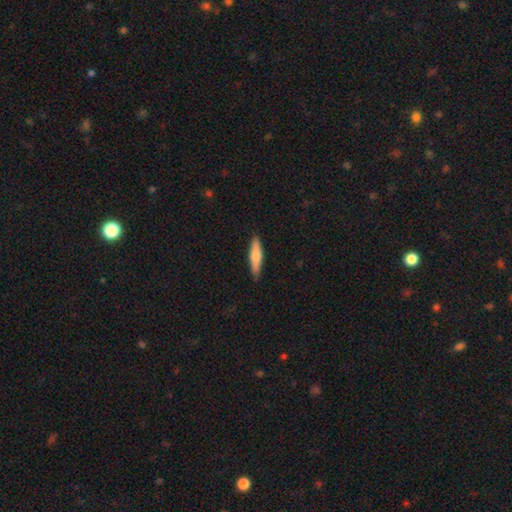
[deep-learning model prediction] smooth 61%, featured or disk 34%, star or artifact 5%. Down the decision tree: how rounded — cigar-shaped (82%); merging — none (89%).